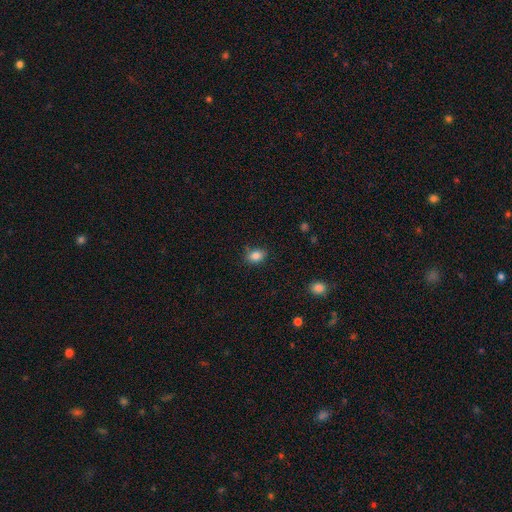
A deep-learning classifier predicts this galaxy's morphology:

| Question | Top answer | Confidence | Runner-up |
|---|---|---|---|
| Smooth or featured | smooth | 85% | star or artifact (10%) |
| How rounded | in between | 75% | round (24%) |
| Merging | none | 79% | minor disturbance (15%) |